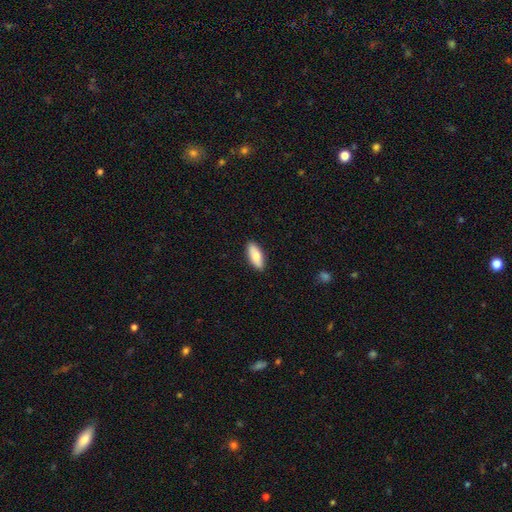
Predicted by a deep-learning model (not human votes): Smooth or featured? Predicted: smooth (p=0.80). How rounded? Predicted: in between (p=0.78). Merging? Predicted: none (p=0.88).